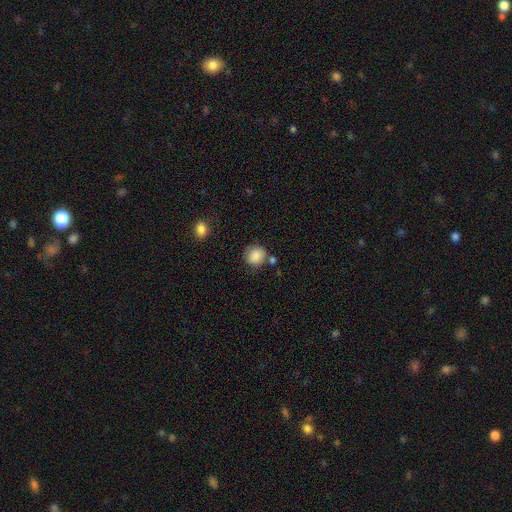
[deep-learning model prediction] Overall: smooth (87%). How rounded: round (87%). Merging: none (73%).